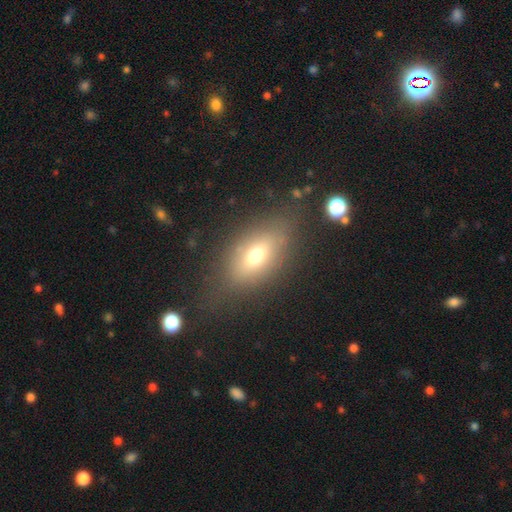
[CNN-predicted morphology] This appears to be a smooth galaxy with no disk features (62%) that is in between round and cigar-shaped (79%). Merging: none (72%).